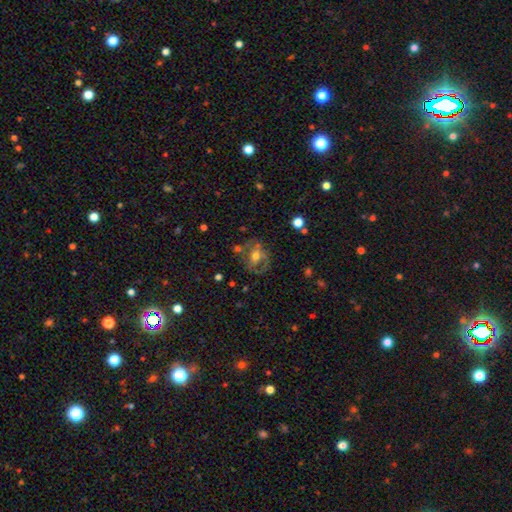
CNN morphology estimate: smooth_or_featured: featured or disk (p=0.53) [alt: smooth p=0.37]
disk_edge_on: no (p=0.95) [alt: yes p=0.05]
merging: none (p=0.54) [alt: minor disturbance p=0.22]